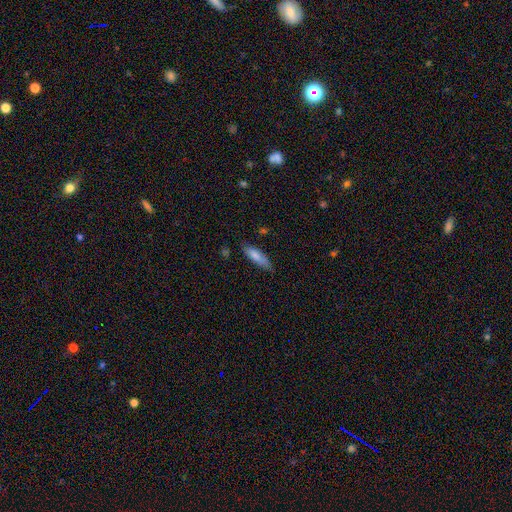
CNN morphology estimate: A smooth galaxy with no disk features (78%) that is cigar-shaped (60%).

Vote fractions:
- Smooth or featured? smooth: 78% / featured or disk: 16% / star or artifact: 6%
- How rounded? cigar-shaped: 60% / in between: 39% / round: 2%
- Merging? none: 71% / minor disturbance: 23% / major disturbance: 4% / merger: 2%